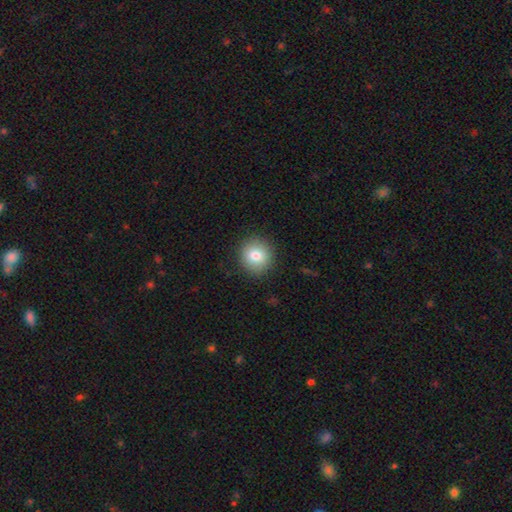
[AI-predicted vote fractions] smooth_or_featured: smooth (p=0.81) [alt: star or artifact p=0.10]
how_rounded: round (p=0.89) [alt: in between p=0.10]
merging: none (p=0.90) [alt: minor disturbance p=0.07]